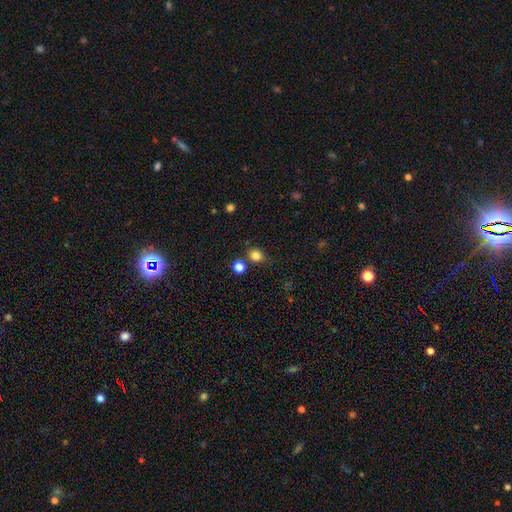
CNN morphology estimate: Smooth or featured? Predicted: smooth (p=0.82). How rounded? Predicted: round (p=0.80). Merging? Predicted: none (p=0.78).